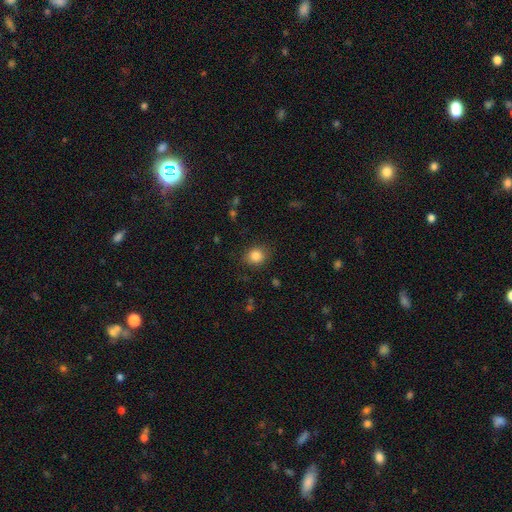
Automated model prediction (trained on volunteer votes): A smooth galaxy with no disk features (84%) that is round (71%).

Vote fractions:
- Smooth or featured? smooth: 84% / star or artifact: 11% / featured or disk: 5%
- How rounded? round: 71% / in between: 29% / cigar-shaped: 1%
- Merging? none: 85% / minor disturbance: 11% / major disturbance: 3% / merger: 1%